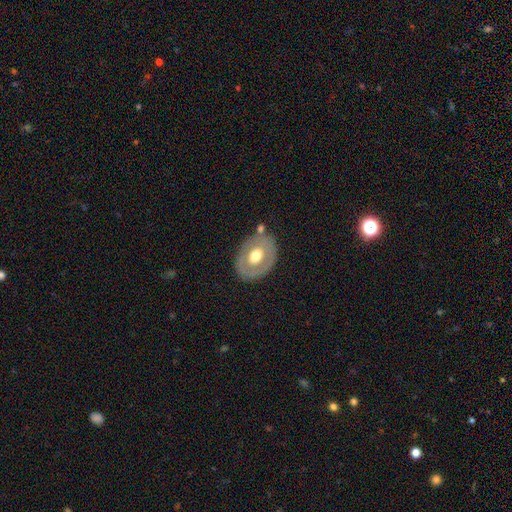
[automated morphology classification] Smooth or featured?
  - featured or disk: 51% *
  - smooth: 44%
  - star or artifact: 5%
Edge-on disk?
  - no: 92% *
  - yes: 8%
Merging?
  - none: 73% *
  - minor disturbance: 15%
  - merger: 6%
  - major disturbance: 6%